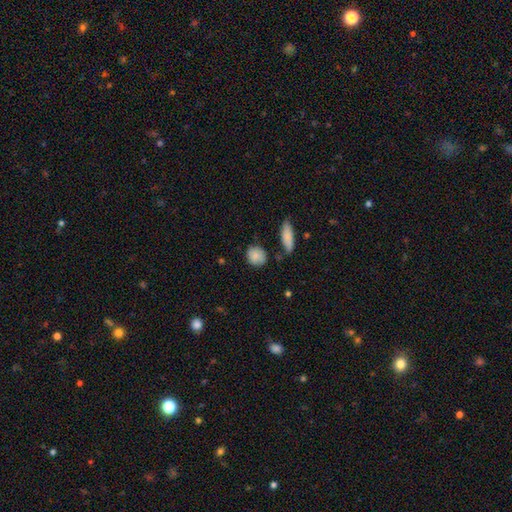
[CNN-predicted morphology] smooth-or-featured: smooth: 83% | featured or disk: 9% | star or artifact: 8%
  how-rounded: round: 67% | in between: 30% | cigar-shaped: 2%
  merging: none: 69% | minor disturbance: 20% | merger: 6% | major disturbance: 5%